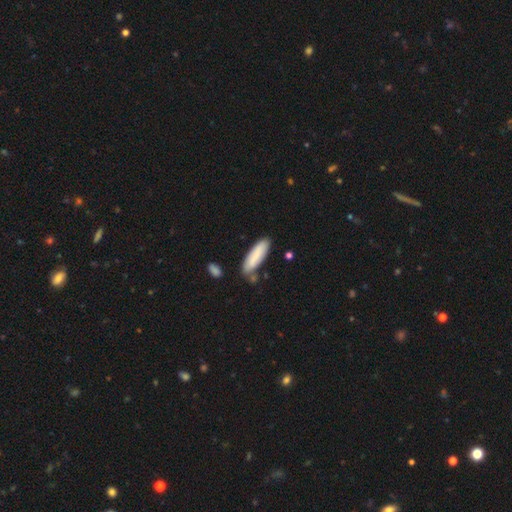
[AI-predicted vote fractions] The model was most divided on "how rounded": cigar-shaped: 60%, in between: 39%, round: 1%. More confident: smooth or featured — smooth (83%); merging — none (75%).